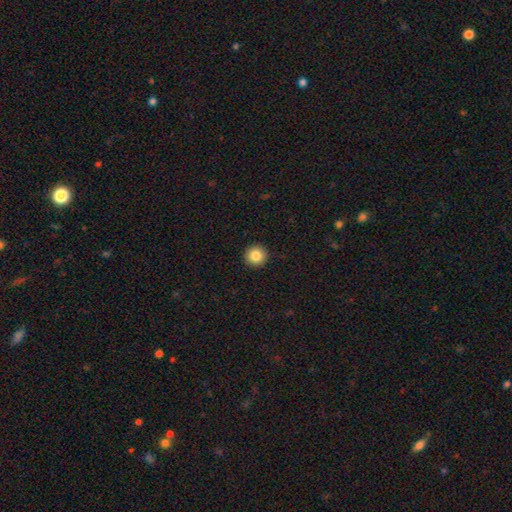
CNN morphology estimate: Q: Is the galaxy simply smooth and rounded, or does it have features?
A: smooth — 85%.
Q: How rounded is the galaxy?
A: round — 95%.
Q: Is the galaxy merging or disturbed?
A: none — 93%.